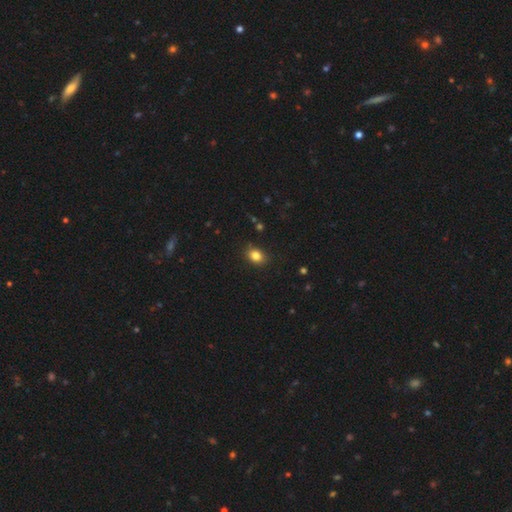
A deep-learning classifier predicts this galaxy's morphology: A smooth galaxy with no disk features (83%) that is in between round and cigar-shaped (58%).

Vote fractions:
- Smooth or featured? smooth: 83% / star or artifact: 11% / featured or disk: 6%
- How rounded? in between: 58% / round: 40% / cigar-shaped: 1%
- Merging? none: 86% / minor disturbance: 10% / major disturbance: 2% / merger: 1%